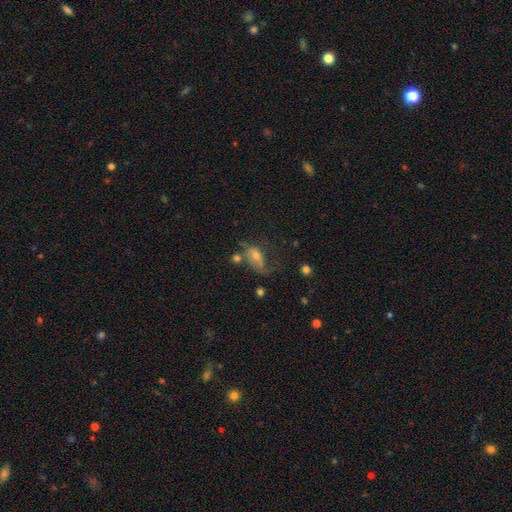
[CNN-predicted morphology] A featured or disk galaxy (43%, tied with smooth). Merging: none (33%).